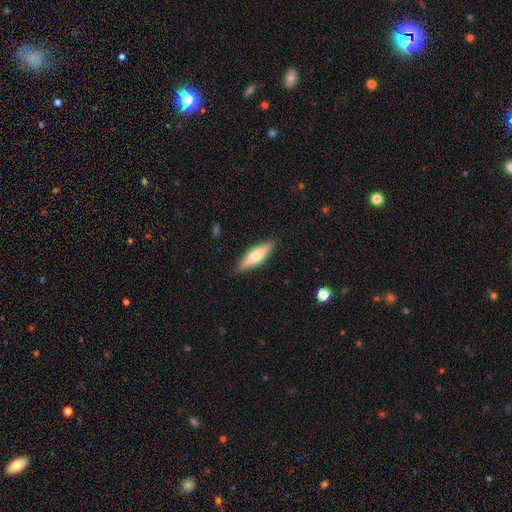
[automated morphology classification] Smooth or featured? smooth (58%)
How rounded? cigar-shaped (64%)
Merging? none (87%)